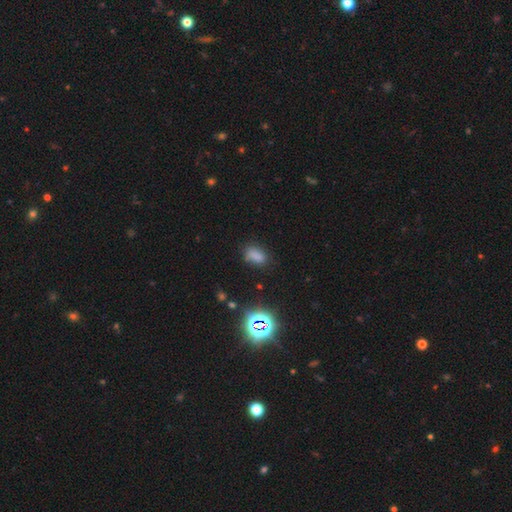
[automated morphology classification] smooth-or-featured: smooth: 73% | star or artifact: 20% | featured or disk: 7%
  how-rounded: in between: 84% | round: 11% | cigar-shaped: 4%
  merging: none: 67% | minor disturbance: 22% | major disturbance: 7% | merger: 4%